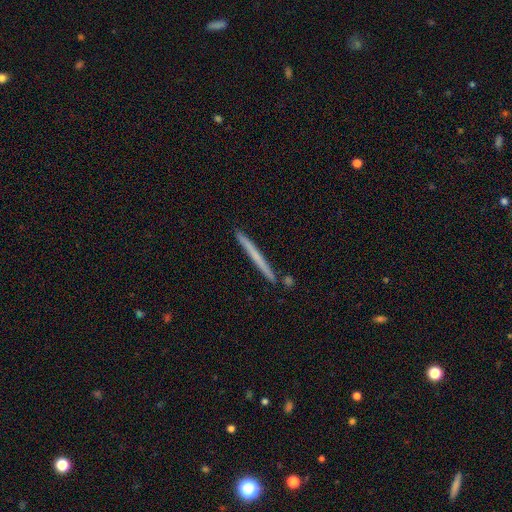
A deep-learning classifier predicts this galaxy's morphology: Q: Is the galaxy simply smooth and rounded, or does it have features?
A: smooth — 51%.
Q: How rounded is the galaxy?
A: cigar-shaped — 97%.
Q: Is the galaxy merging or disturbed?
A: none — 90%.